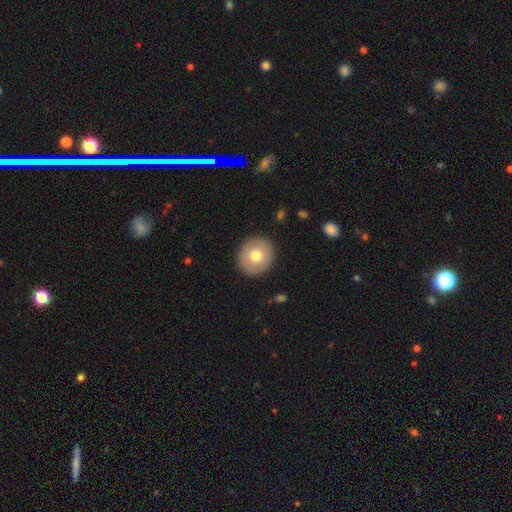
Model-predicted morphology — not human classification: This appears to be a smooth galaxy with no disk features (72%) that is round (91%). Merging: none (91%).